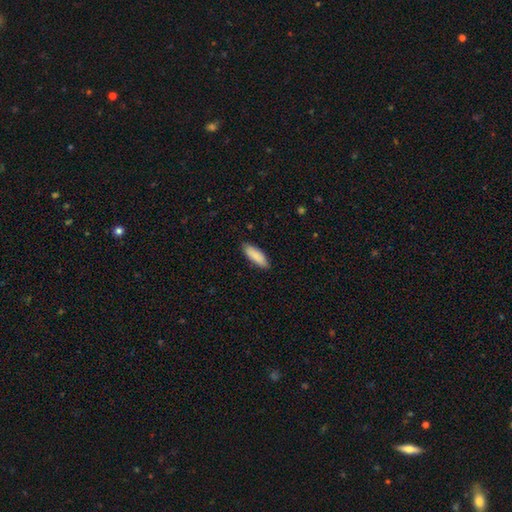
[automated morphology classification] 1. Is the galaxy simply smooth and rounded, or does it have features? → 88% smooth, 6% featured or disk, 5% star or artifact.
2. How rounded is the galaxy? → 53% in between, 45% cigar-shaped, 2% round.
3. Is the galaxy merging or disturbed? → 87% none, 10% minor disturbance, 2% major disturbance, 1% merger.